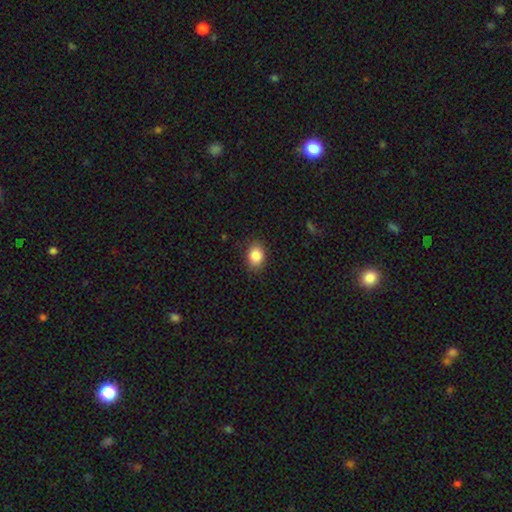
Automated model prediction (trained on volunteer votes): Q: Smooth or featured?
A: smooth (86%); runner-up: star or artifact (9%)
Q: How rounded?
A: in between (59%); runner-up: round (40%)
Q: Merging?
A: none (85%); runner-up: minor disturbance (11%)